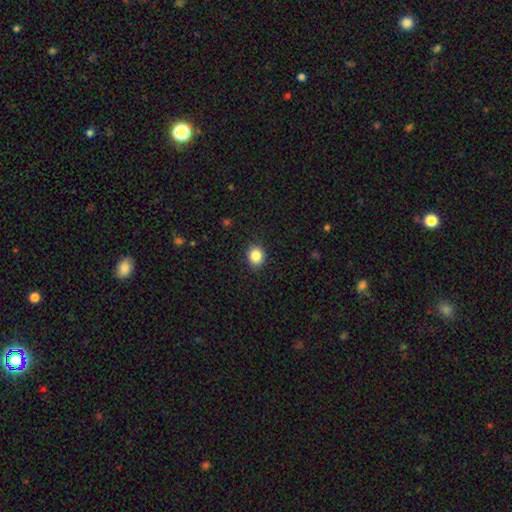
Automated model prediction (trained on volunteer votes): Smooth or featured? smooth (86%)
How rounded? round (69%)
Merging? none (89%)